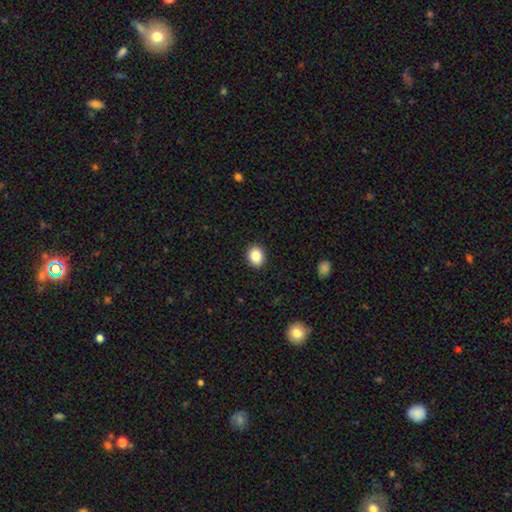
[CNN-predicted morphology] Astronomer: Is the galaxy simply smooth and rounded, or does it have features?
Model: smooth — 86%.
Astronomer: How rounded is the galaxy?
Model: round — 52% (runner-up: in between, 47%).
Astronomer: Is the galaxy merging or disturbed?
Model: none — 90%.